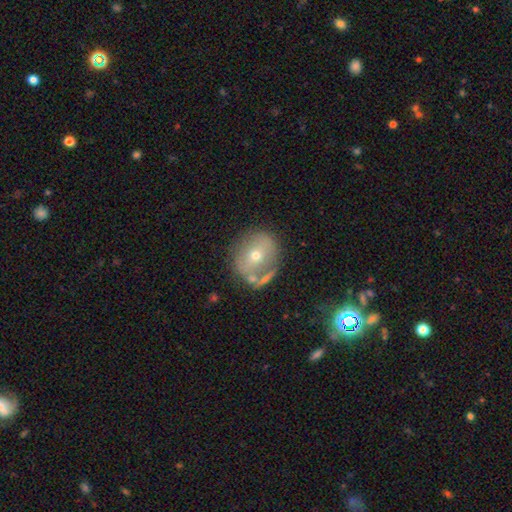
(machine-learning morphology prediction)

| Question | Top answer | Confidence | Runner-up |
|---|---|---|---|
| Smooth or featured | smooth | 47% | featured or disk (42%) |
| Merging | none | 61% | minor disturbance (17%) |